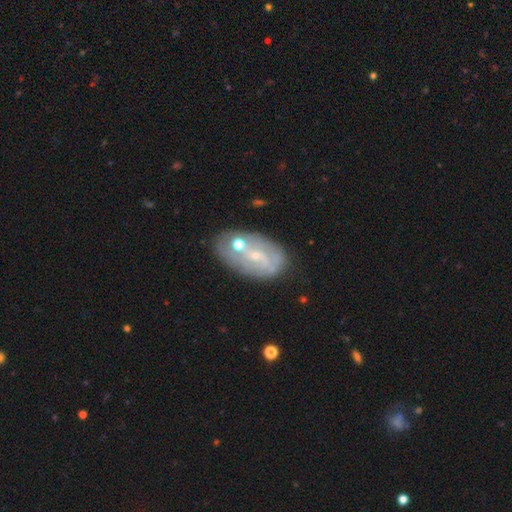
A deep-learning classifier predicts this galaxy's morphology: Smooth or featured? Predicted: featured or disk (p=0.66). Edge-on disk? Predicted: no (p=0.94). Bar? Predicted: no (p=0.50). Spiral arms? Predicted: yes (p=0.58). Bulge size? Predicted: small (p=0.70). Merging? Predicted: none (p=0.60).